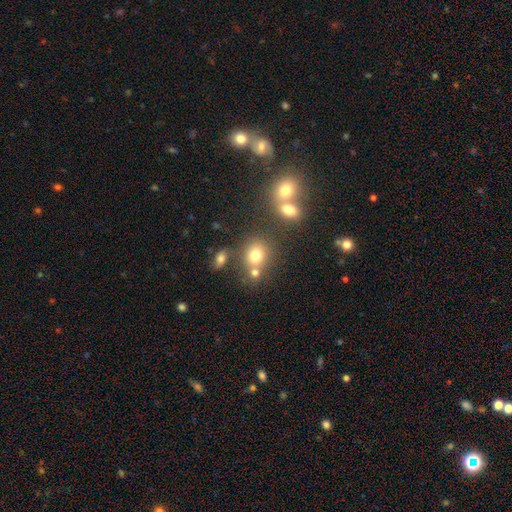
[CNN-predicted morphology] smooth-or-featured: smooth: 74% | star or artifact: 16% | featured or disk: 10%
  how-rounded: round: 70% | in between: 28% | cigar-shaped: 1%
  merging: none: 59% | merger: 25% | minor disturbance: 11% | major disturbance: 5%